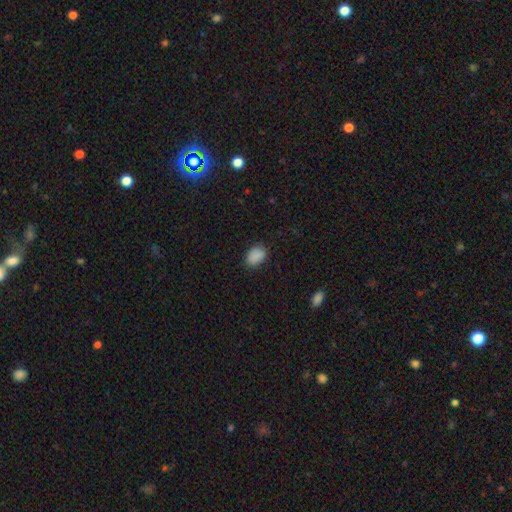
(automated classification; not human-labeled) Smooth or featured? smooth (88%)
How rounded? in between (82%)
Merging? none (81%)